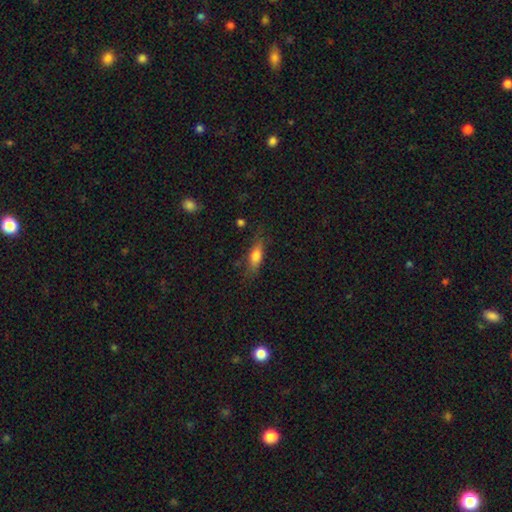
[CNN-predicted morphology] smooth_or_featured: smooth (p=0.69) [alt: featured or disk p=0.23]
how_rounded: in between (p=0.54) [alt: cigar-shaped p=0.43]
merging: none (p=0.71) [alt: minor disturbance p=0.20]